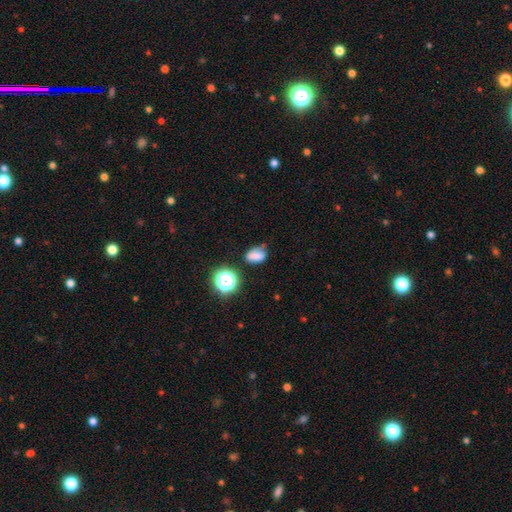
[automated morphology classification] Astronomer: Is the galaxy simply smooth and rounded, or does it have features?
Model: smooth — 74%.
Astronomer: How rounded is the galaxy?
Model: in between — 75%.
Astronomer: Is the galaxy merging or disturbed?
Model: none — 56%.